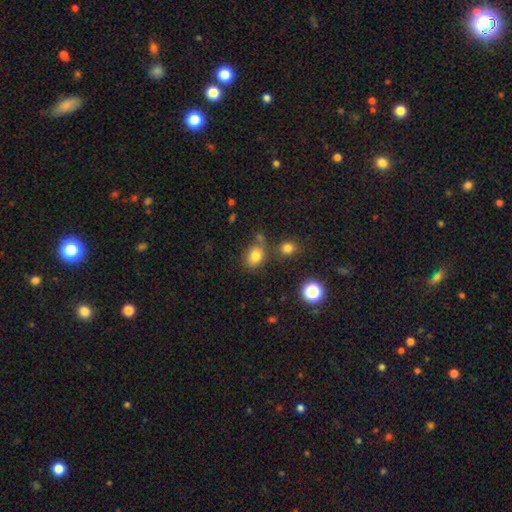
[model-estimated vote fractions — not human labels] Smooth or featured: smooth — 80% (star or artifact — 13%)
How rounded: in between — 57% (round — 42%)
Merging: none — 67% (minor disturbance — 15%)